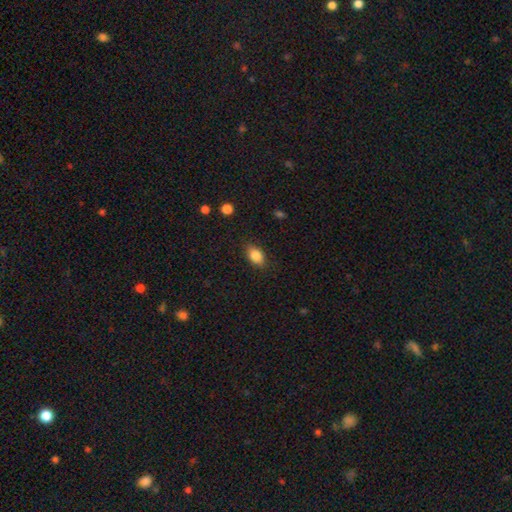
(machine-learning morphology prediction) Overall: smooth (85%). How rounded: in between (86%). Merging: none (85%).